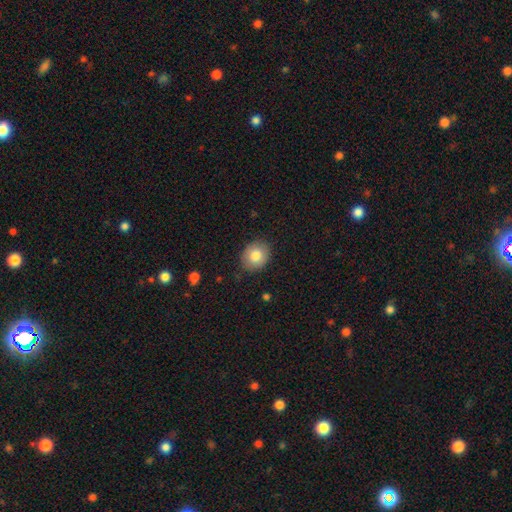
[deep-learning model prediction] A smooth galaxy with no disk features (81%) that is round (57%). Merging: none (86%).